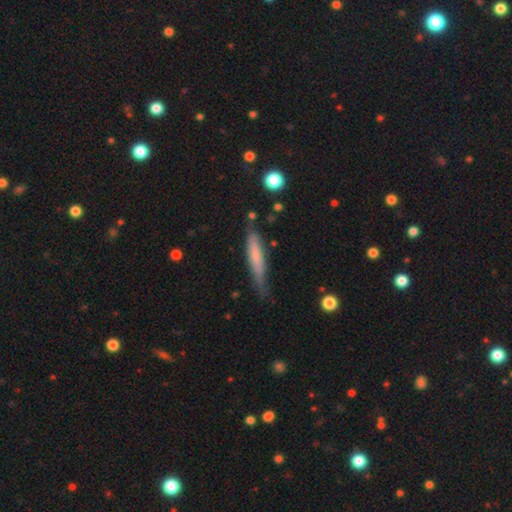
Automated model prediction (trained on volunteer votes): smooth-or-featured: smooth: 61% | featured or disk: 33% | star or artifact: 6%
  how-rounded: cigar-shaped: 91% | in between: 8% | round: 1%
  merging: none: 68% | minor disturbance: 25% | major disturbance: 5% | merger: 3%